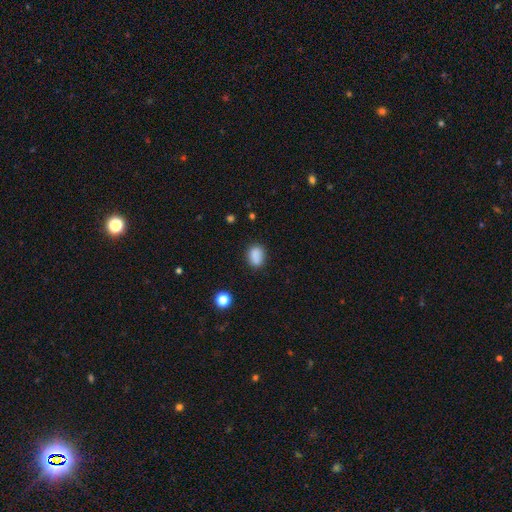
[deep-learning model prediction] A smooth galaxy with no disk features (86%) that is in between round and cigar-shaped (72%).

Vote fractions:
- Smooth or featured? smooth: 86% / star or artifact: 10% / featured or disk: 4%
- How rounded? in between: 72% / round: 26% / cigar-shaped: 1%
- Merging? none: 81% / minor disturbance: 14% / major disturbance: 3% / merger: 2%